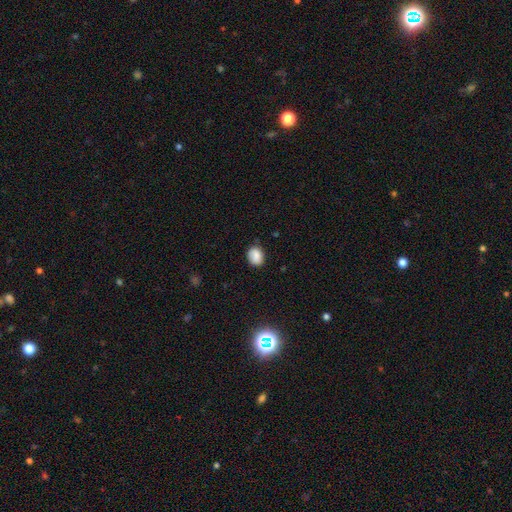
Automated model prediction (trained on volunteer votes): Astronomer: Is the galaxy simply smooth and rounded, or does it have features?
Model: smooth — 83%.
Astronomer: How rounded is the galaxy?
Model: in between — 52% (runner-up: round, 47%).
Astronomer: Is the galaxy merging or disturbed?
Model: none — 74%.